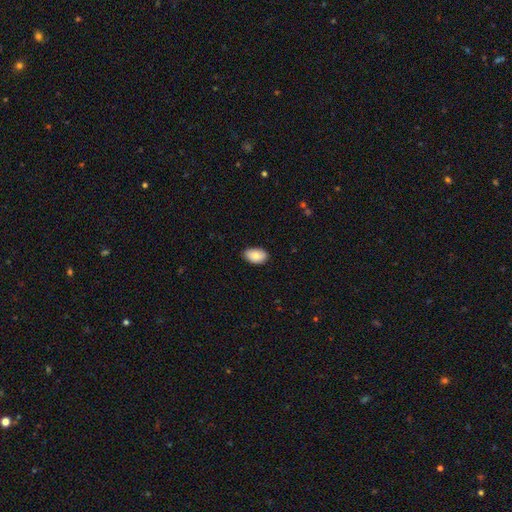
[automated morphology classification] A smooth galaxy with no disk features (84%) that is in between round and cigar-shaped (93%).

Vote fractions:
- Smooth or featured? smooth: 84% / featured or disk: 9% / star or artifact: 7%
- How rounded? in between: 93% / round: 6% / cigar-shaped: 1%
- Merging? none: 86% / minor disturbance: 11% / major disturbance: 2% / merger: 1%